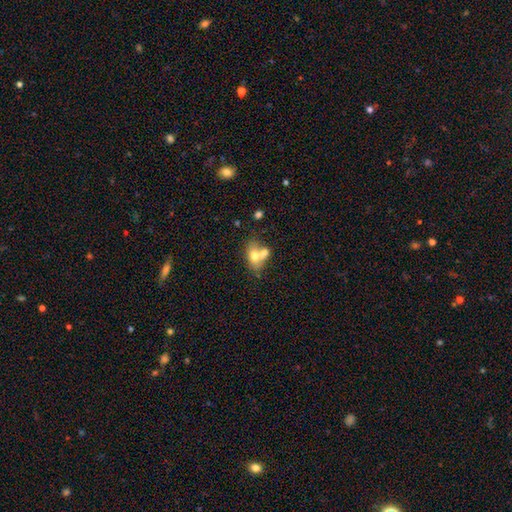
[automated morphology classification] A smooth galaxy with no disk features (68%) that is in between round and cigar-shaped (77%).

Vote fractions:
- Smooth or featured? smooth: 68% / featured or disk: 23% / star or artifact: 9%
- How rounded? in between: 77% / round: 20% / cigar-shaped: 3%
- Merging? merger: 47% / none: 36% / minor disturbance: 12% / major disturbance: 5%